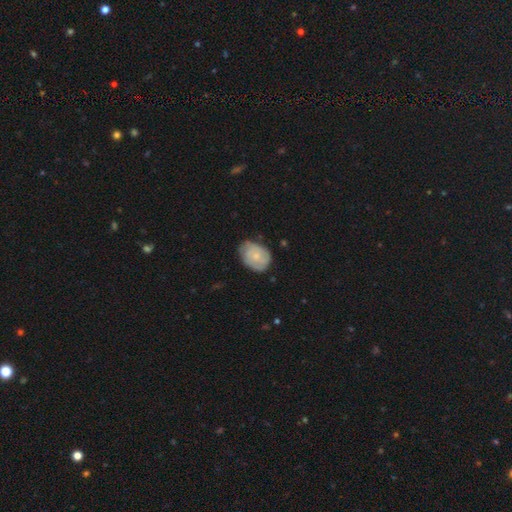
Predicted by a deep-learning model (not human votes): Q: Smooth or featured?
A: smooth (54%); runner-up: featured or disk (39%)
Q: How rounded?
A: in between (65%); runner-up: round (34%)
Q: Merging?
A: none (63%); runner-up: minor disturbance (30%)